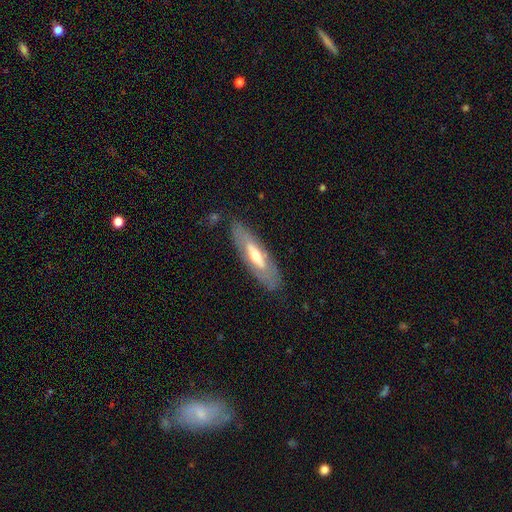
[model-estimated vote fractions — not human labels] smooth-or-featured: featured or disk: 54% | smooth: 40% | star or artifact: 6%
  disk-edge-on: no: 55% | yes: 45%
  merging: none: 80% | minor disturbance: 14% | major disturbance: 4% | merger: 2%